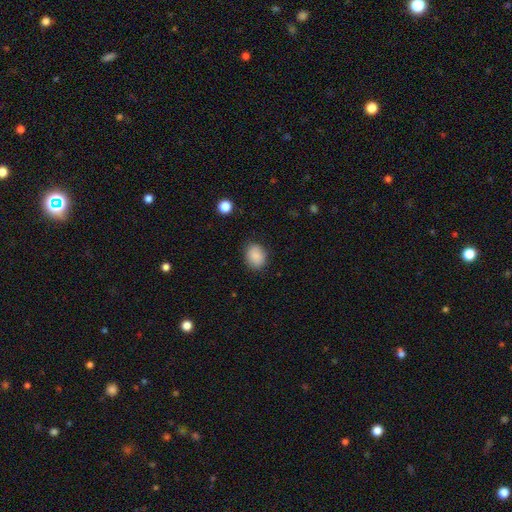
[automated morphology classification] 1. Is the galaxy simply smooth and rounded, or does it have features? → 88% smooth, 8% star or artifact, 4% featured or disk.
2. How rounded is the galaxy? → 56% in between, 43% round, 1% cigar-shaped.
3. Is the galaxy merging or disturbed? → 85% none, 11% minor disturbance, 3% major disturbance, 1% merger.